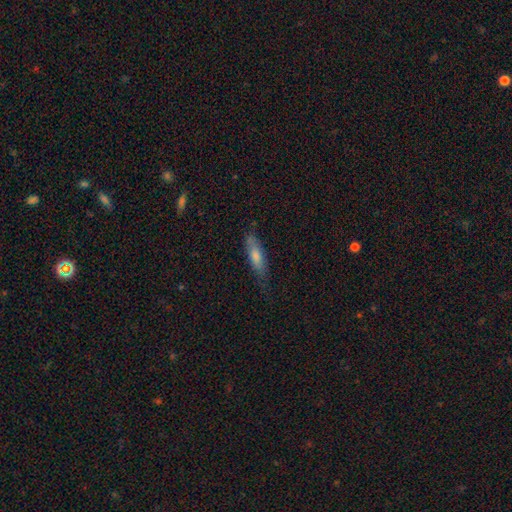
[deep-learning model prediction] Smooth or featured: smooth — 65% (featured or disk — 28%)
How rounded: cigar-shaped — 65% (in between — 33%)
Merging: none — 71% (minor disturbance — 22%)